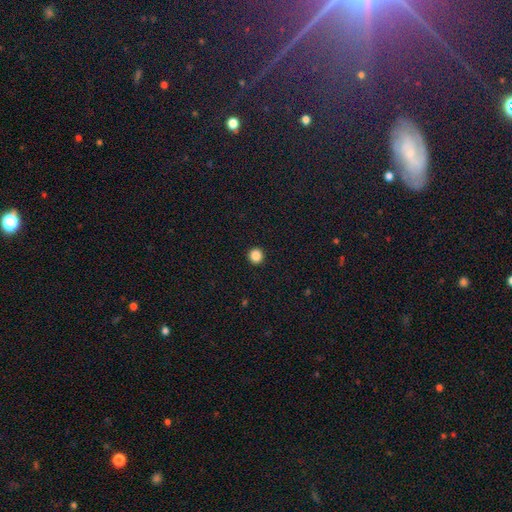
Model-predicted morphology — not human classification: A smooth galaxy with no disk features (86%) that is round (95%). Merging: none (94%).